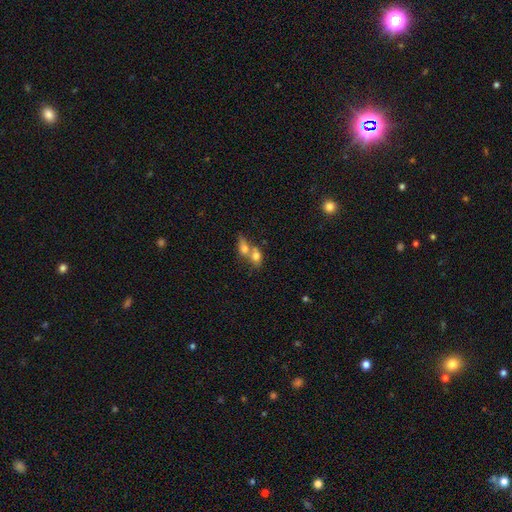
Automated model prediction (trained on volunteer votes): smooth 70%, featured or disk 20%, star or artifact 9%. Down the decision tree: how rounded — in between (55%); merging — merger (73%).